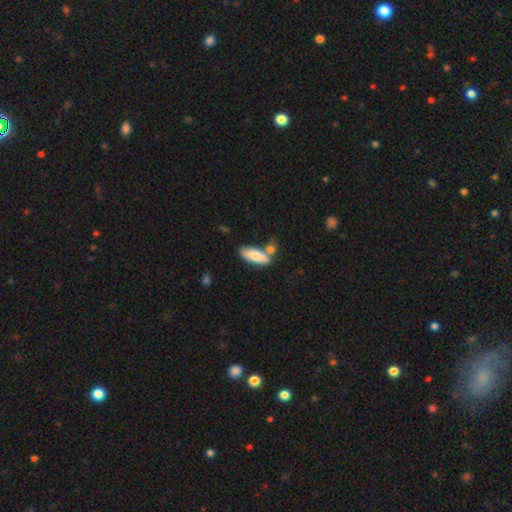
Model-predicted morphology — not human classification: type=smooth (79%); roundness=in between (71%); merging=none (52%).